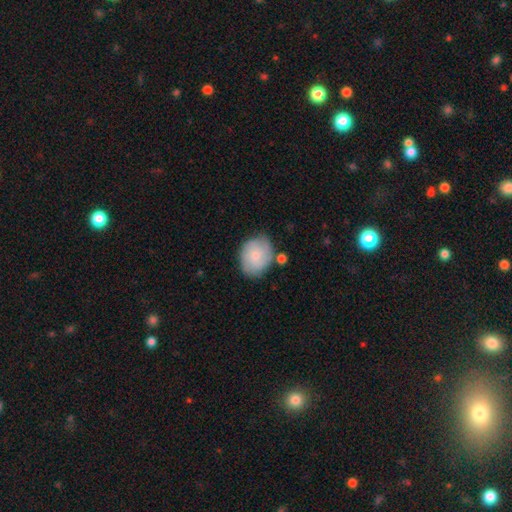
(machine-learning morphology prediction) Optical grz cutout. It shows a smooth galaxy with no disk features (65%) that is in between round and cigar-shaped (50%). Merging: none (66%).